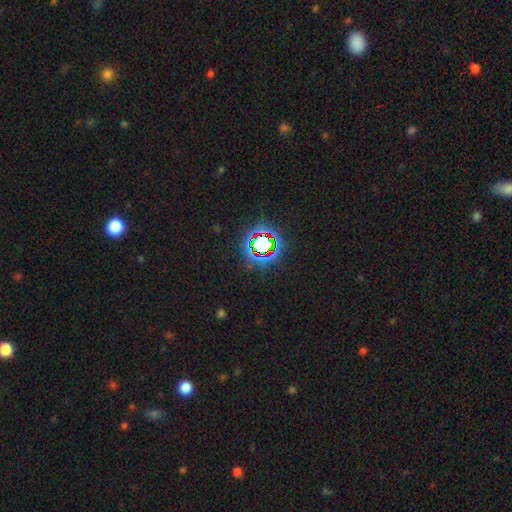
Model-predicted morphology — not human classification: star or artifact 79%, smooth 13%, featured or disk 8%.